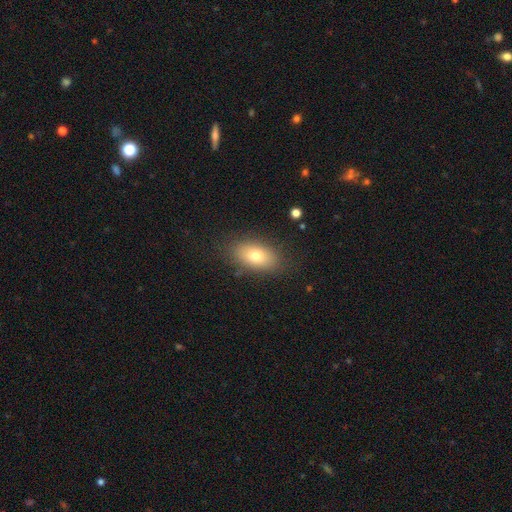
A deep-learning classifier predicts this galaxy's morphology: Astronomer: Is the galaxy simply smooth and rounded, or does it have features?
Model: smooth — 75%.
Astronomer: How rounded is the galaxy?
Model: in between — 88%.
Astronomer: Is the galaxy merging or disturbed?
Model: none — 84%.